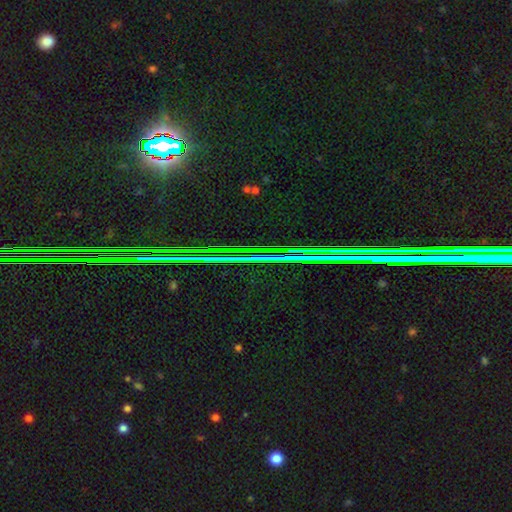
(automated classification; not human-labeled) Smooth or featured? Predicted: star or artifact (p=0.82).